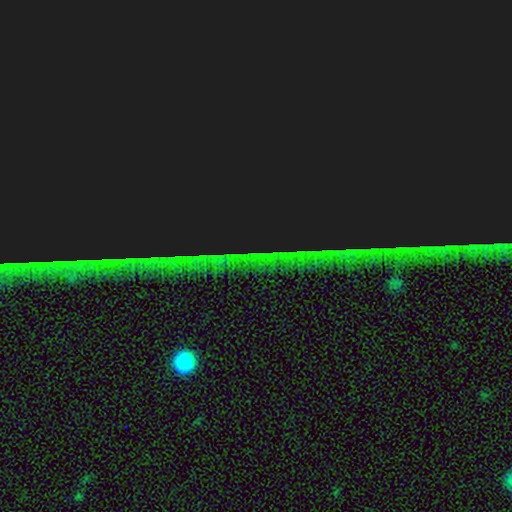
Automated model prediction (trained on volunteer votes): This is clearly a star or artifact rather than a galaxy (85%).